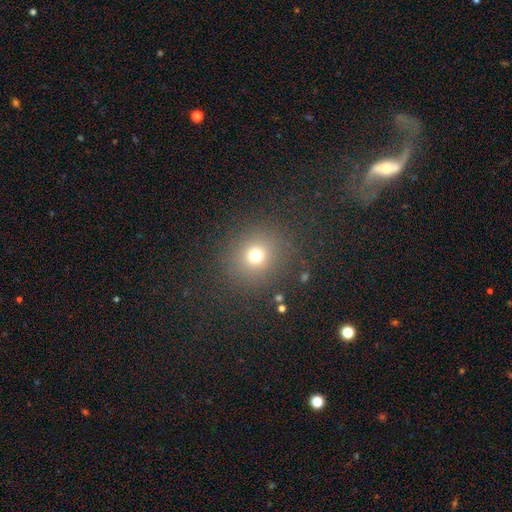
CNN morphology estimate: Smooth or featured?
  - smooth: 72% *
  - star or artifact: 20%
  - featured or disk: 9%
How rounded?
  - round: 88% *
  - in between: 11%
  - cigar-shaped: 1%
Merging?
  - none: 86% *
  - minor disturbance: 8%
  - major disturbance: 5%
  - merger: 2%